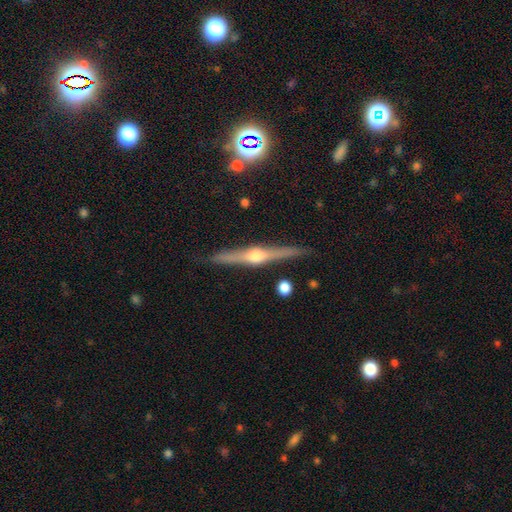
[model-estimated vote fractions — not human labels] This is clearly a featured or disk galaxy (81%). It is clearly viewed edge-on (98%). Edge-on bulge: clearly rounded (94%). Merging: clearly none (90%).